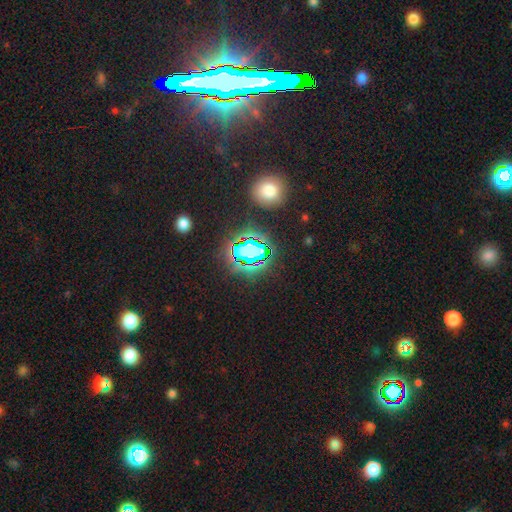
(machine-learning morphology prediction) Smooth or featured? star or artifact (80%)